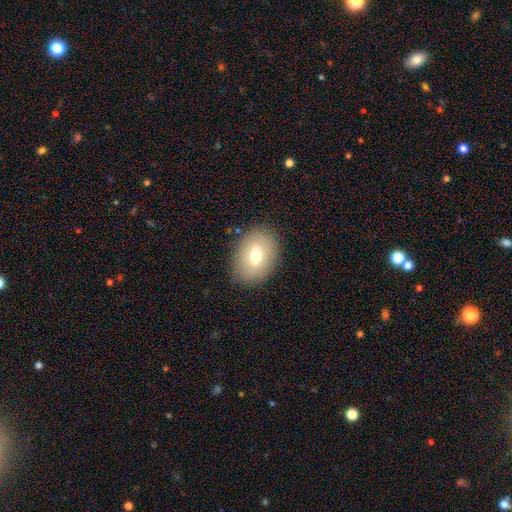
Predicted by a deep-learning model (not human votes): Smooth or featured? Predicted: smooth (p=0.71). How rounded? Predicted: in between (p=0.79). Merging? Predicted: none (p=0.86).